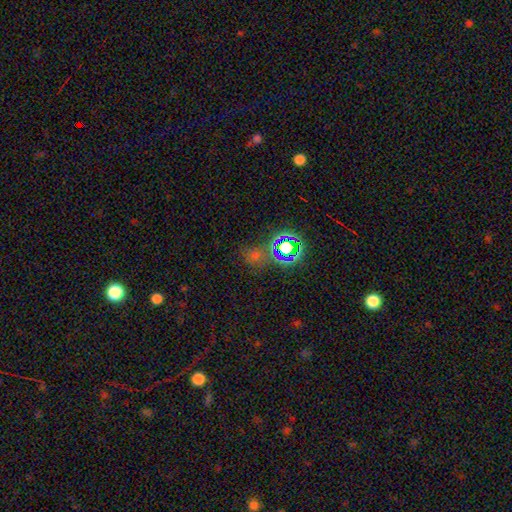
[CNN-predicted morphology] This is likely a star or artifact rather than a galaxy (61%).